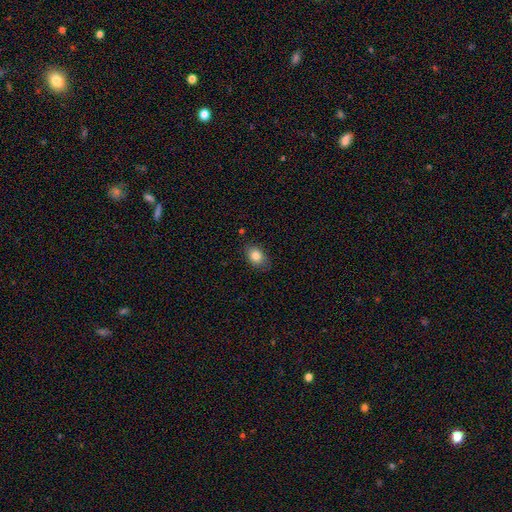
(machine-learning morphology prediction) type=smooth (83%); roundness=in between (73%); merging=none (81%).